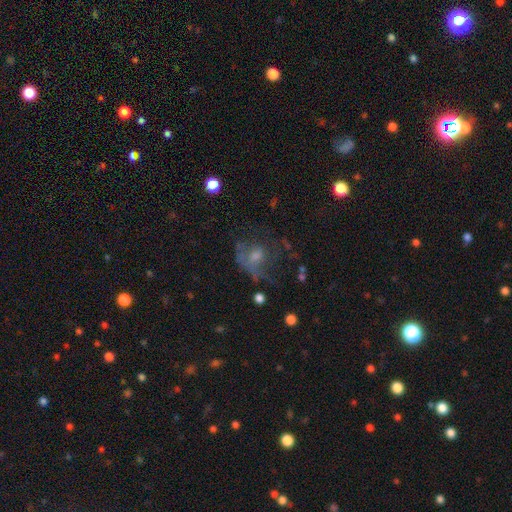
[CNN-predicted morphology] smooth-or-featured: featured or disk: 45% | smooth: 35% | star or artifact: 20%
  merging: major disturbance: 40% | none: 37% | minor disturbance: 20% | merger: 4%